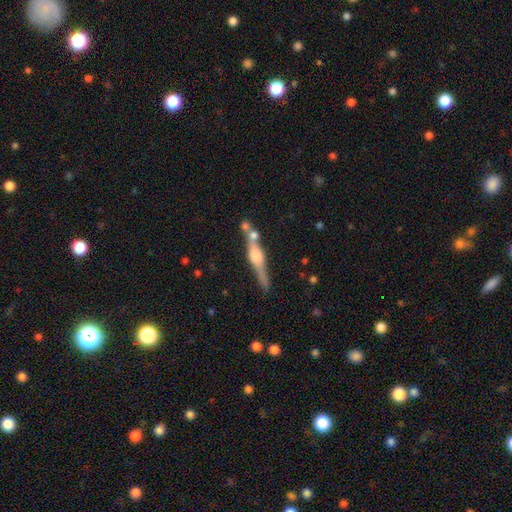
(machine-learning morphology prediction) Smooth or featured? Predicted: featured or disk (p=0.73). Edge-on disk? Predicted: yes (p=0.96). Edge-on bulge? Predicted: rounded (p=0.81). Merging? Predicted: none (p=0.69).